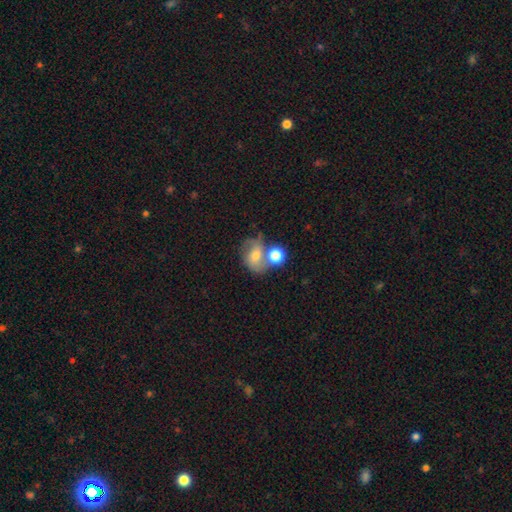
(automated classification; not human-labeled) Smooth or featured: smooth — 49% (featured or disk — 40%)
Merging: none — 40% (merger — 37%)